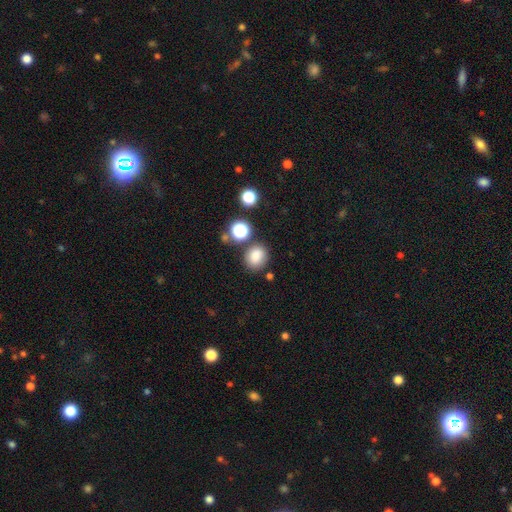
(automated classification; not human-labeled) Overall: smooth (81%). How rounded: round (66%; in between 33%). Merging: none (74%).